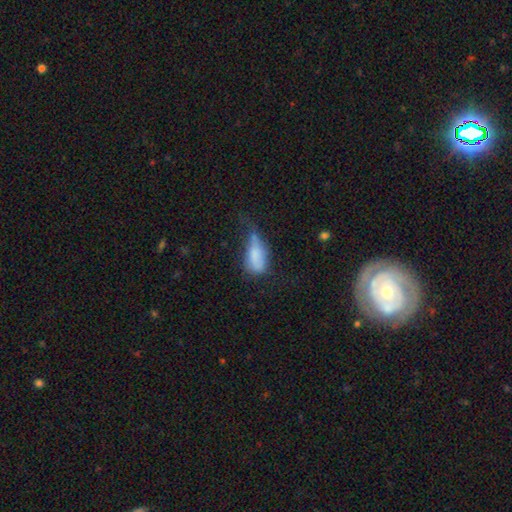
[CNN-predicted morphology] This appears to be a smooth galaxy with no disk features (72%) that is in between round and cigar-shaped (85%). Merging: major disturbance (36%, tied with minor disturbance).